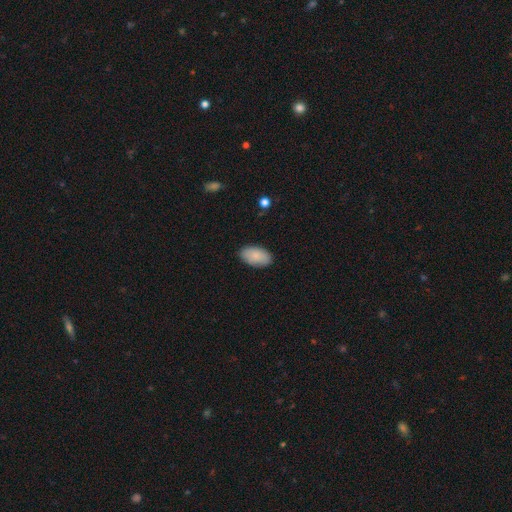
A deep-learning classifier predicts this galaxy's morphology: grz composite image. It shows a smooth galaxy with no disk features (86%) that is in between round and cigar-shaped (95%). Merging: none (87%).